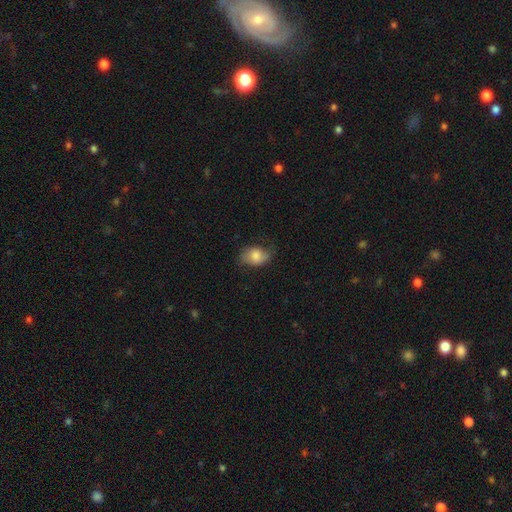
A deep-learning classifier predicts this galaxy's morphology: smooth 72%, featured or disk 20%, star or artifact 8%. Down the decision tree: how rounded — in between (73%); merging — none (63%).